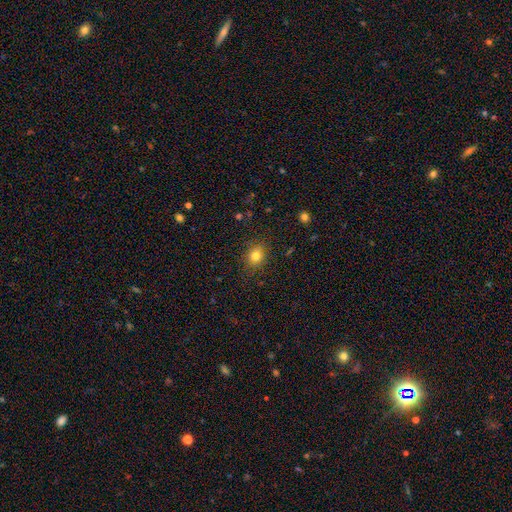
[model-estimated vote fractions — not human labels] smooth_or_featured: smooth (p=0.80) [alt: star or artifact p=0.13]
how_rounded: round (p=0.60) [alt: in between p=0.39]
merging: none (p=0.84) [alt: minor disturbance p=0.11]